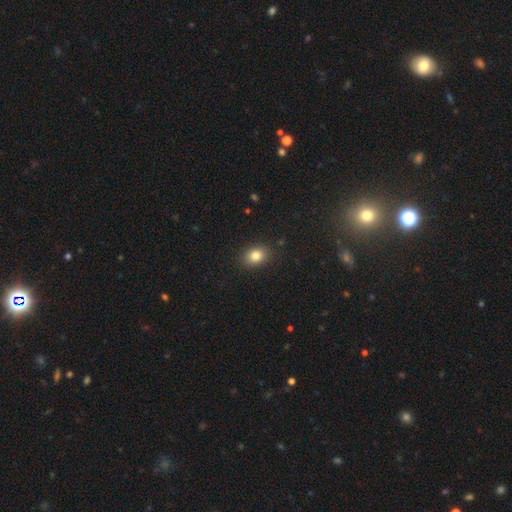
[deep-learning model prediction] Morphology: type=smooth (82%); roundness=in between (67%); merging=none (87%).